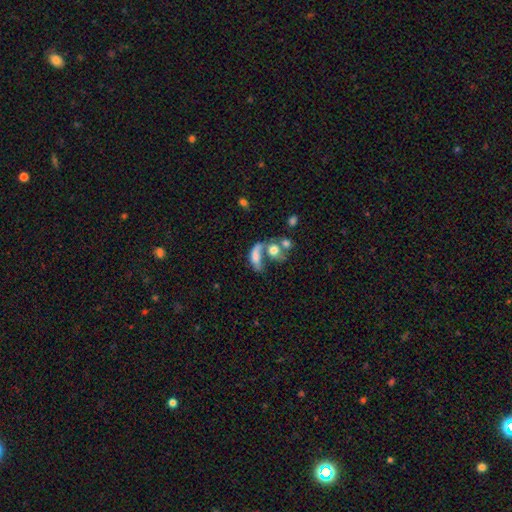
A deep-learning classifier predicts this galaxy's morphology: The model was most divided on "smooth or featured": smooth: 57%, featured or disk: 32%, star or artifact: 12%. More confident: how rounded — in between (66%); merging — merger (52%).